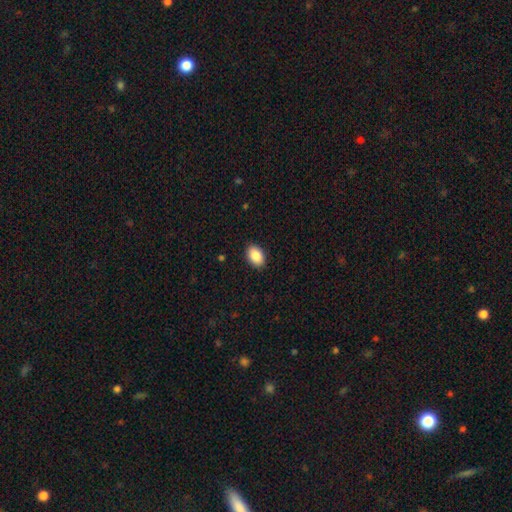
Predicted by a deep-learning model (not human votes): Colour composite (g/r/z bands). It shows a smooth galaxy with no disk features (89%) that is in between round and cigar-shaped (87%). Merging: none (90%).